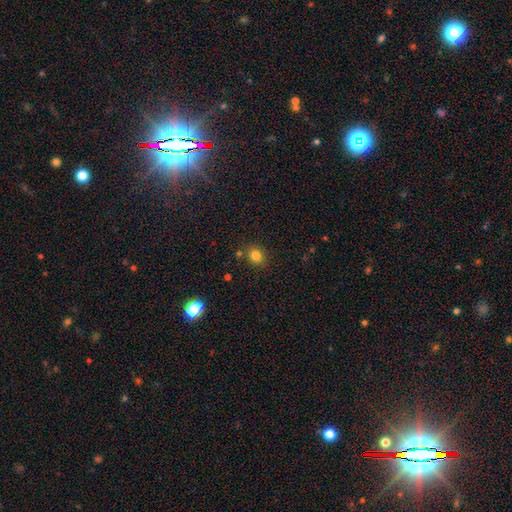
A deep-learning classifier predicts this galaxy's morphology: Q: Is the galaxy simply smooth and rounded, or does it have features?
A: smooth — 82%.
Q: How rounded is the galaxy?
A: round — 69%.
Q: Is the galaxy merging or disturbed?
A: none — 81%.